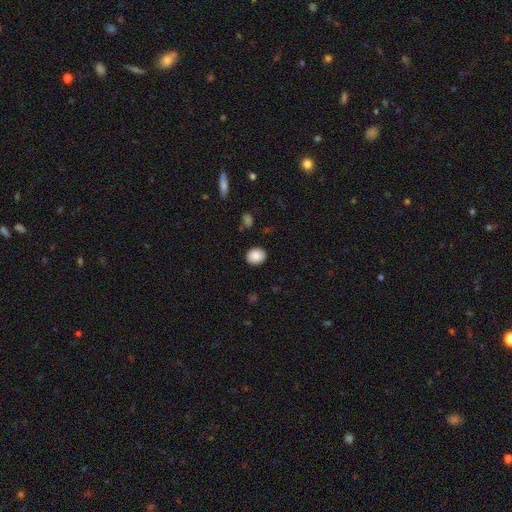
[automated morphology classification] Overall: smooth (87%). How rounded: round (63%; in between 36%). Merging: none (90%).